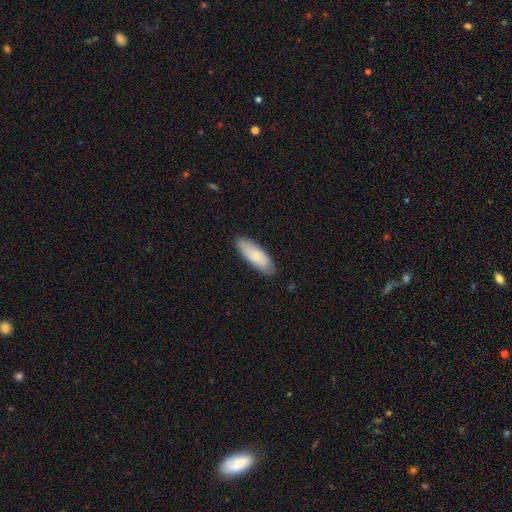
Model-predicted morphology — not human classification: A smooth galaxy with no disk features (79%) that is in between round and cigar-shaped (65%).

Vote fractions:
- Smooth or featured? smooth: 79% / featured or disk: 16% / star or artifact: 5%
- How rounded? in between: 65% / cigar-shaped: 33% / round: 2%
- Merging? none: 83% / minor disturbance: 14% / major disturbance: 2% / merger: 1%